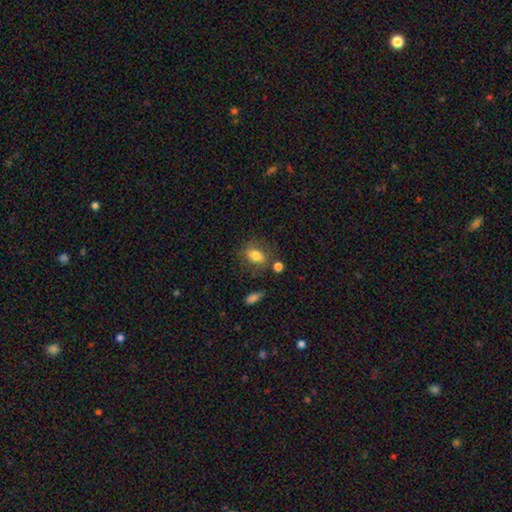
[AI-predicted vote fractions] This is likely a smooth galaxy (77%). How rounded: likely in between (77%). Merging: likely none (69%).